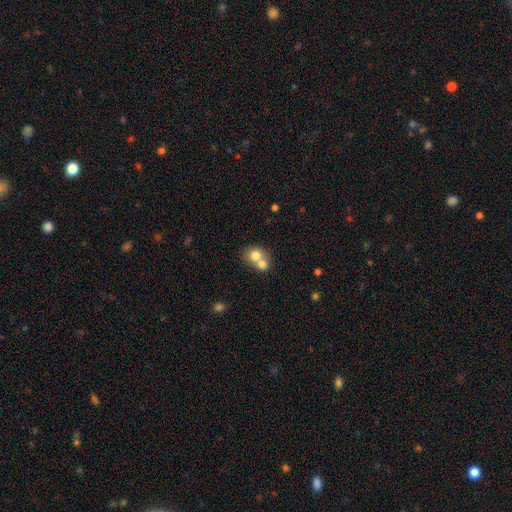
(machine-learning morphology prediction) A smooth galaxy with no disk features (74%) that is round (74%). Merging: merger (64%).